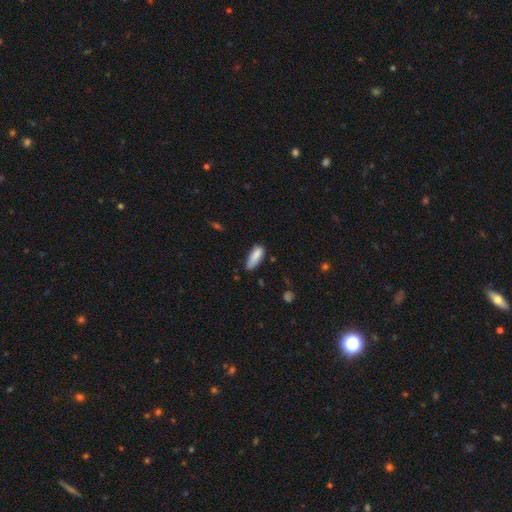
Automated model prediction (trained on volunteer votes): Morphology: type=smooth (86%); roundness=in between (67%); merging=none (60%).